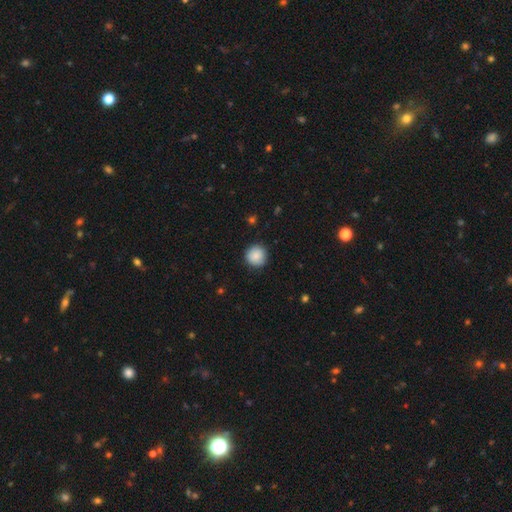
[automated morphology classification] A smooth galaxy with no disk features (88%) that is round (94%). Merging: none (89%).